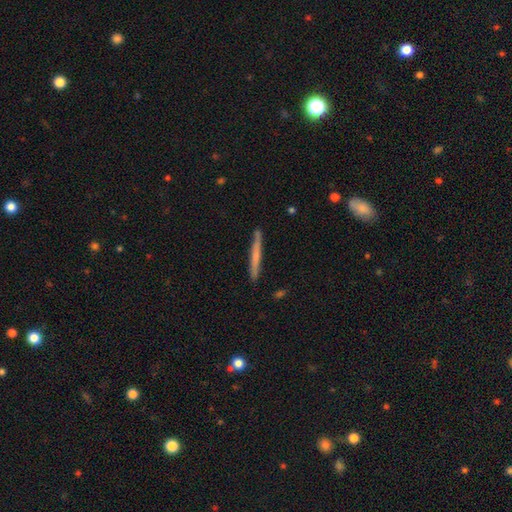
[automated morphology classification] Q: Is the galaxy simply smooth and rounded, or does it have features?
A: smooth — 55%.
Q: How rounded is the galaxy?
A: cigar-shaped — 97%.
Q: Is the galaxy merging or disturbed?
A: none — 89%.